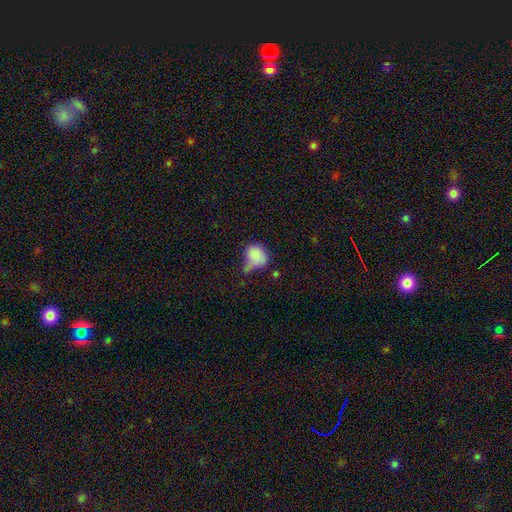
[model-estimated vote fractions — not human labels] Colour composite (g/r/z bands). It shows a smooth galaxy with no disk features (80%) that is round (53%). Merging: minor disturbance (34%).